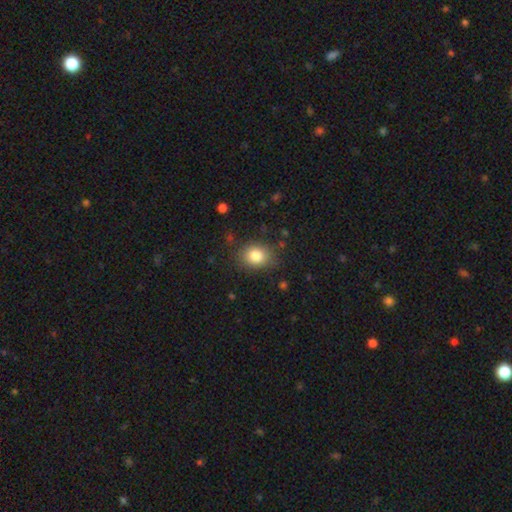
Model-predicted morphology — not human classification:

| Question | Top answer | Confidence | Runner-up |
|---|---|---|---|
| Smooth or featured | smooth | 83% | star or artifact (10%) |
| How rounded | round | 51% | in between (48%) |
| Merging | none | 81% | minor disturbance (13%) |